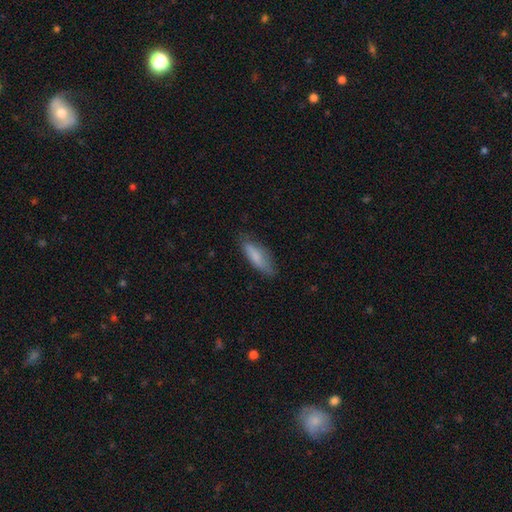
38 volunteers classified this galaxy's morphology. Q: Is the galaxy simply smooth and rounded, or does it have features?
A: smooth — 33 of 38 (87%).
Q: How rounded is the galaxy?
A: cigar-shaped — 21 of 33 (64%).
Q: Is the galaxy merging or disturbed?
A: none — 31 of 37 (84%).